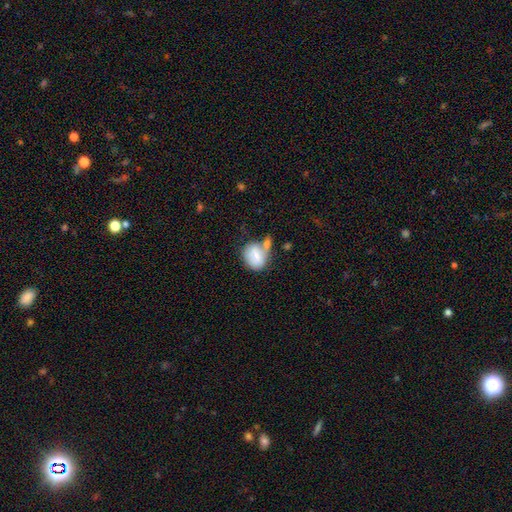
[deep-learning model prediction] This appears to be a smooth galaxy with no disk features (71%) that is round (51%). Merging: merger (34%).